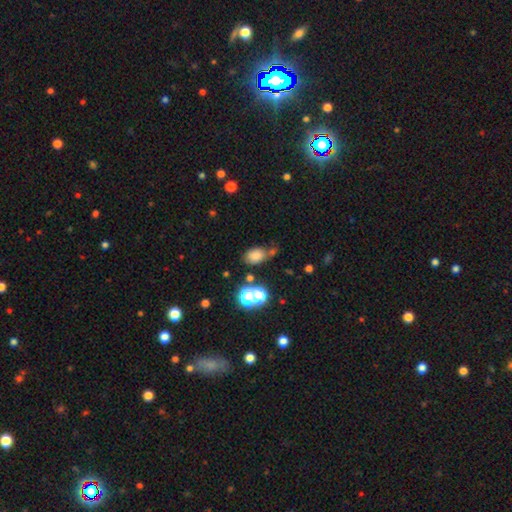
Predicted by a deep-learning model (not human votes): Smooth or featured?
  - smooth: 75% *
  - star or artifact: 17%
  - featured or disk: 9%
How rounded?
  - in between: 78% *
  - round: 20%
  - cigar-shaped: 2%
Merging?
  - none: 62% *
  - minor disturbance: 18%
  - merger: 14%
  - major disturbance: 6%